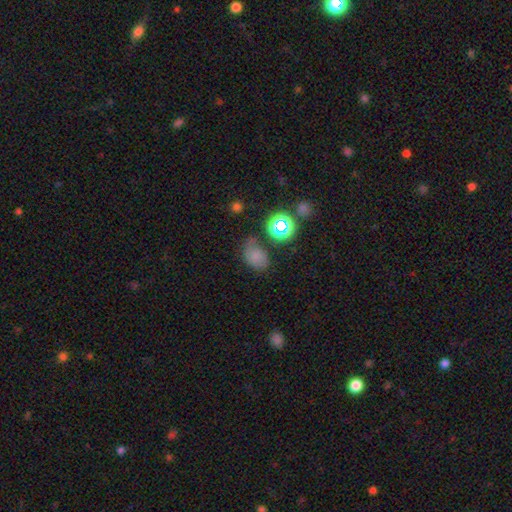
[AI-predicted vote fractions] Smooth or featured: smooth — 64% (star or artifact — 22%)
How rounded: in between — 71% (round — 28%)
Merging: none — 52% (minor disturbance — 28%)